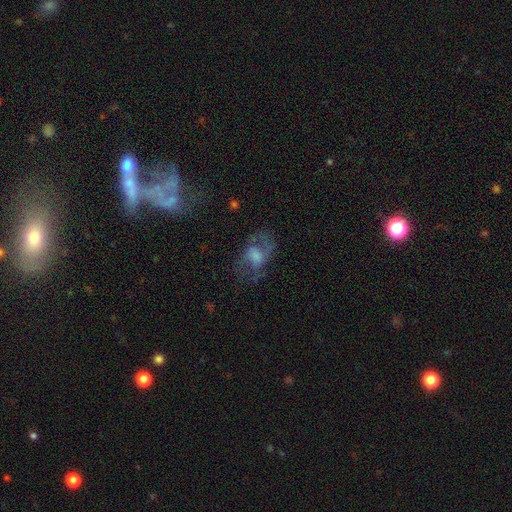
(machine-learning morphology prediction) The model was most divided on "bulge size": moderate: 32%, none: 27%, small: 21%, large: 19%, dominant: 2%. Remaining: edge-on disk — no (96%); spiral arms — yes (58%); bar — no (58%); smooth or featured — featured or disk (52%); merging — none (48%).